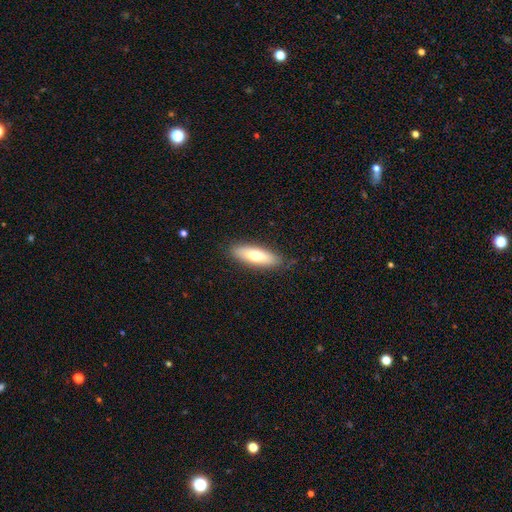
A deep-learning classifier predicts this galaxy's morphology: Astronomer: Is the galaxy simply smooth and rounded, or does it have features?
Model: smooth — 68%.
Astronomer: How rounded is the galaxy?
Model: in between — 55% (runner-up: cigar-shaped, 43%).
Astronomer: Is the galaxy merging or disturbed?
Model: none — 85%.